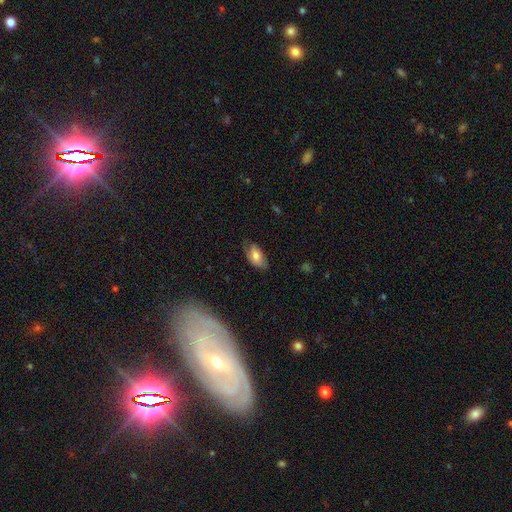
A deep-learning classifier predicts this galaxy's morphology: The model was most divided on "merging": none: 63%, minor disturbance: 28%, major disturbance: 8%, merger: 1%. More confident: how rounded — in between (92%); smooth or featured — smooth (64%).